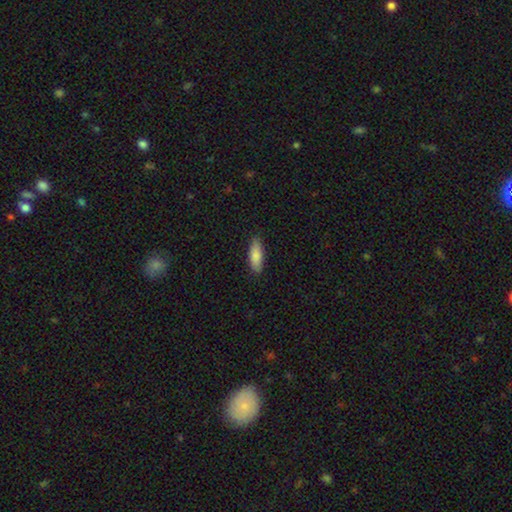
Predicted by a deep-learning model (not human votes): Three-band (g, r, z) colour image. It shows a smooth galaxy with no disk features (86%) that is in between round and cigar-shaped (61%). Merging: none (85%).